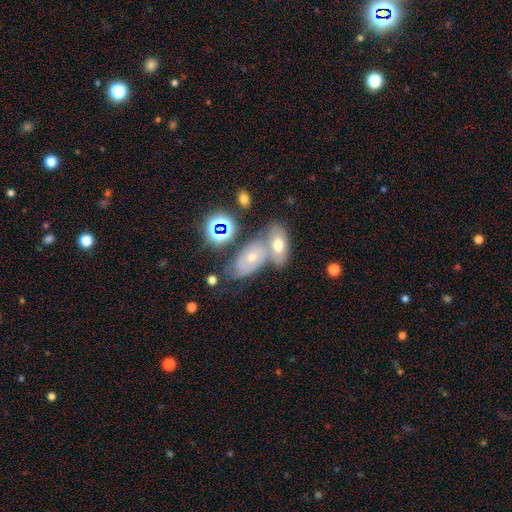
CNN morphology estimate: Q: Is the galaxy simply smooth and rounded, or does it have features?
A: featured or disk — 47%.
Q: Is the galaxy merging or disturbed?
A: none — 47%.